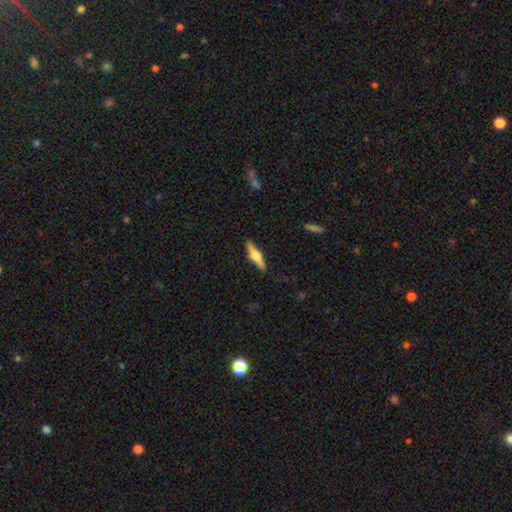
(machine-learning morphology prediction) Smooth or featured? Predicted: featured or disk (p=0.57). Edge-on disk? Predicted: yes (p=0.96). Edge-on bulge? Predicted: rounded (p=0.89). Merging? Predicted: none (p=0.88).